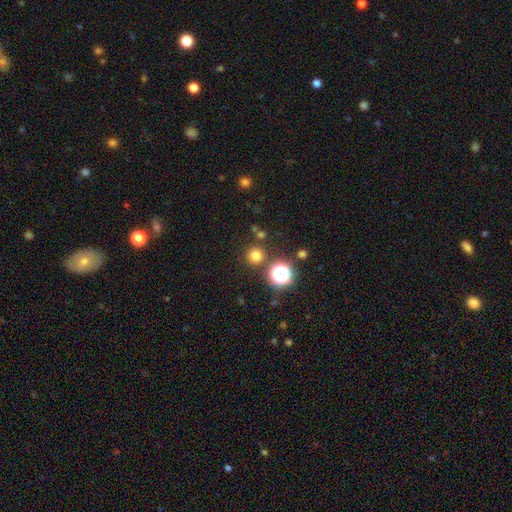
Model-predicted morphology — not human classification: type=smooth (73%); roundness=round (95%); merging=none (85%).